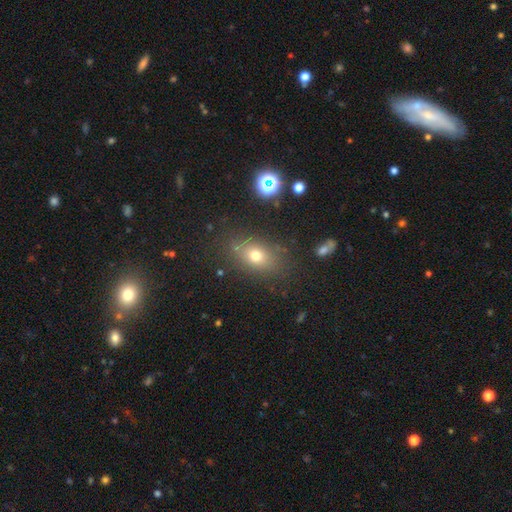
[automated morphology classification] Overall: smooth (71%). How rounded: in between (70%). Merging: none (78%).